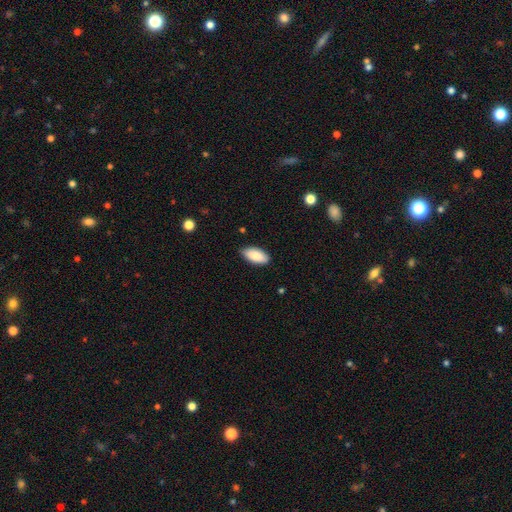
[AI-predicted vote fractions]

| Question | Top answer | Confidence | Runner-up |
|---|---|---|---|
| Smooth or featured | smooth | 88% | featured or disk (6%) |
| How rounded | in between | 92% | cigar-shaped (6%) |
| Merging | none | 86% | minor disturbance (11%) |